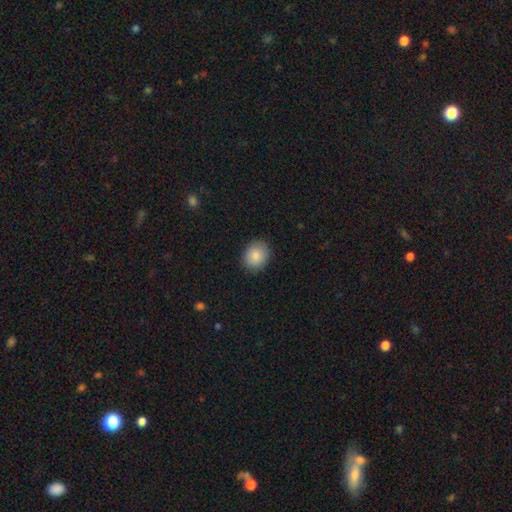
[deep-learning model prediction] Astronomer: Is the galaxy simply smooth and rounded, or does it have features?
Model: smooth — 87%.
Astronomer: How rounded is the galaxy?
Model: round — 60% (runner-up: in between, 39%).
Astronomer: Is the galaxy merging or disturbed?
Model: none — 89%.